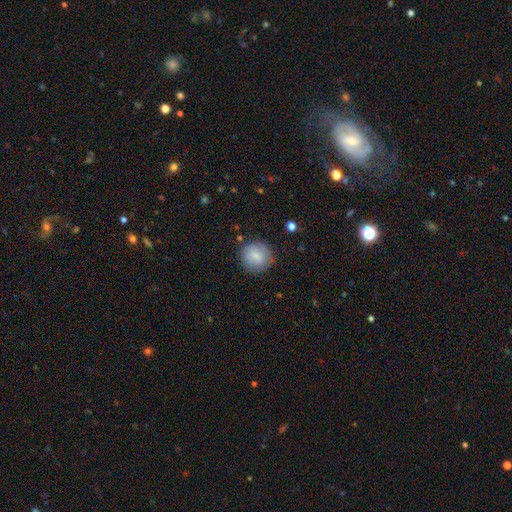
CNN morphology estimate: This appears to be a smooth galaxy with no disk features (76%) that is round (89%). Merging: none (81%).